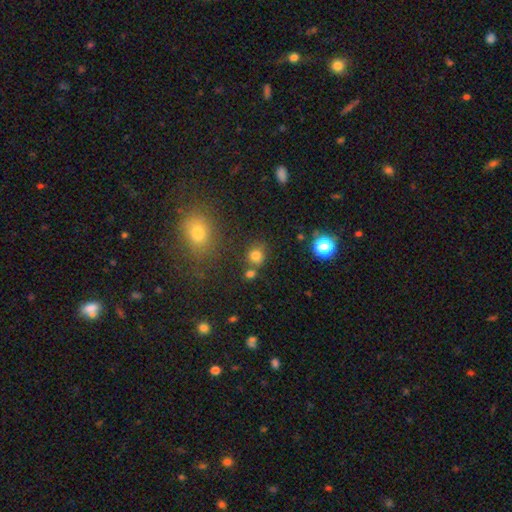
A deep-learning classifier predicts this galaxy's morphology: type=smooth (77%); roundness=round (81%); merging=none (70%).